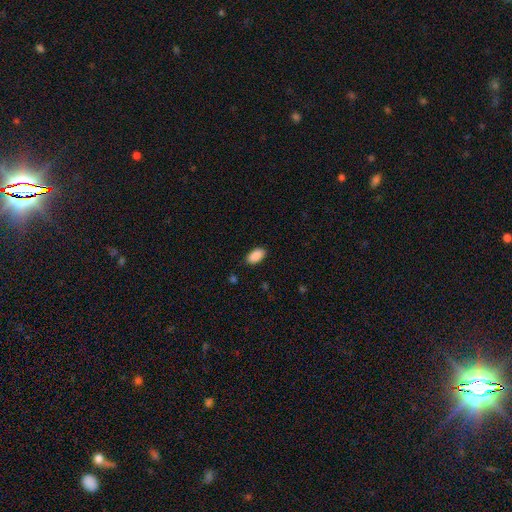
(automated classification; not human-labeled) The model was most divided on "merging": none: 87%, minor disturbance: 9%, major disturbance: 2%, merger: 1%. More confident: how rounded — in between (95%); smooth or featured — smooth (90%).